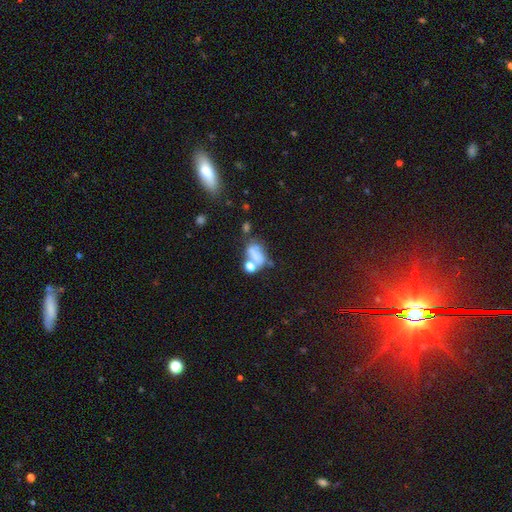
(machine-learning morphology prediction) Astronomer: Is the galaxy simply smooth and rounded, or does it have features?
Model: smooth — 53% (runner-up: featured or disk, 29%).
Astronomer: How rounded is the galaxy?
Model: in between — 76%.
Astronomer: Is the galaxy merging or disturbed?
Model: merger — 40% (runner-up: none, 24%).